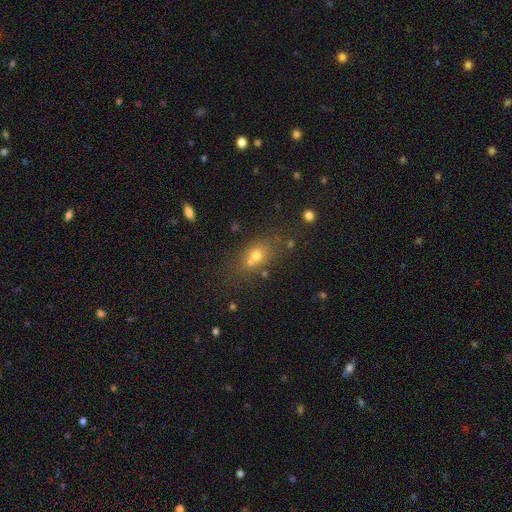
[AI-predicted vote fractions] Morphology: type=smooth (63%); roundness=in between (48%, tied with round); merging=none (51%).